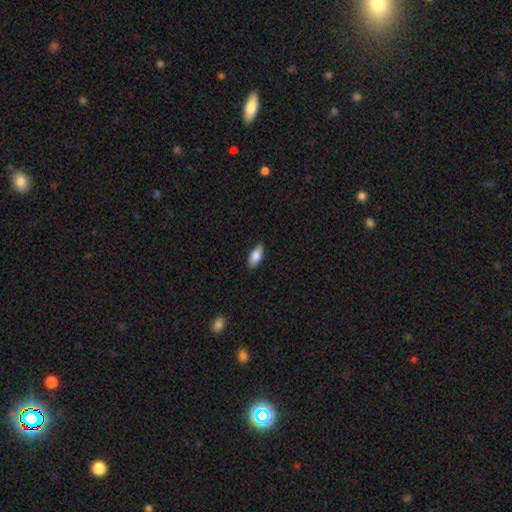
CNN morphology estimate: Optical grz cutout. It shows a smooth galaxy with no disk features (80%) that is in between round and cigar-shaped (84%). Merging: none (86%).